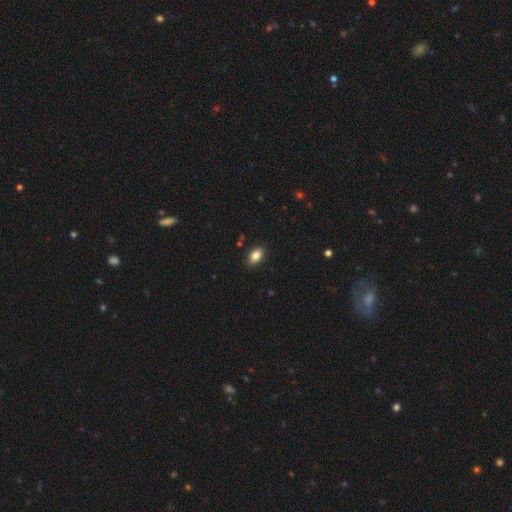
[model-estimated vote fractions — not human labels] Q: Smooth or featured?
A: smooth (83%); runner-up: star or artifact (9%)
Q: How rounded?
A: in between (89%); runner-up: round (9%)
Q: Merging?
A: none (88%); runner-up: minor disturbance (9%)